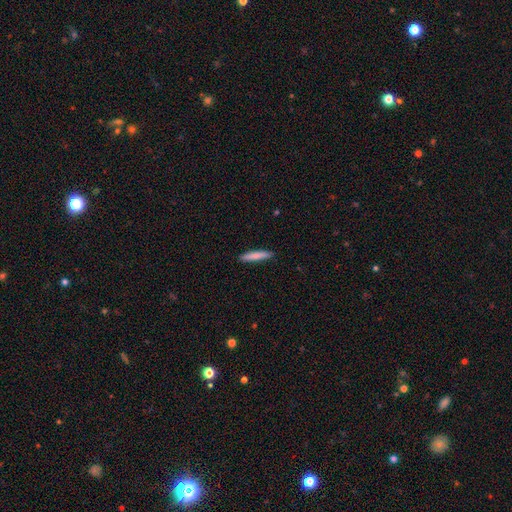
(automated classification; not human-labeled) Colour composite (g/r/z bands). It shows a smooth galaxy with no disk features (80%) that is cigar-shaped (92%). Merging: none (91%).